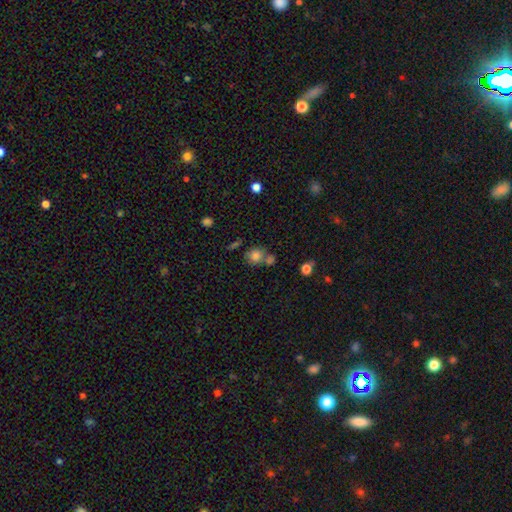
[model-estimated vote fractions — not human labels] A smooth galaxy with no disk features (78%) that is round (80%).

Vote fractions:
- Smooth or featured? smooth: 78% / star or artifact: 12% / featured or disk: 10%
- How rounded? round: 80% / in between: 19% / cigar-shaped: 1%
- Merging? none: 53% / merger: 32% / minor disturbance: 11% / major disturbance: 4%